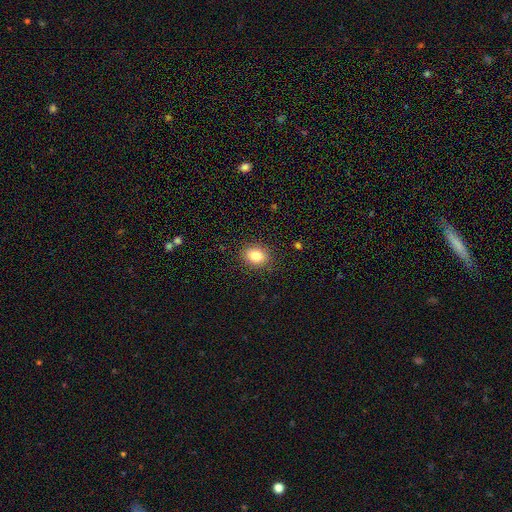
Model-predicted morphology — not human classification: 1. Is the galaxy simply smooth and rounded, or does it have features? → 84% smooth, 9% star or artifact, 7% featured or disk.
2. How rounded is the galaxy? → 62% in between, 37% round, 1% cigar-shaped.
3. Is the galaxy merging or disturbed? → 87% none, 9% minor disturbance, 3% major disturbance, 1% merger.